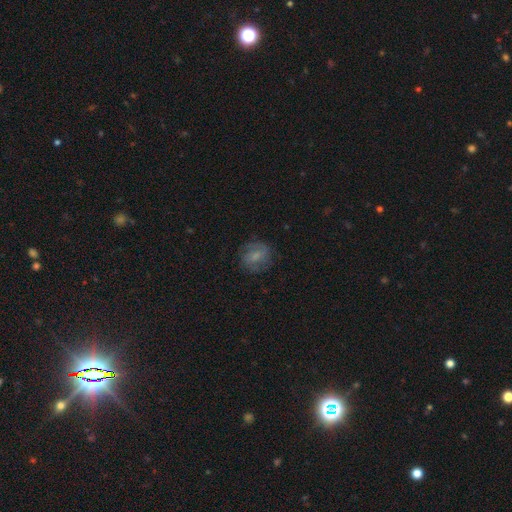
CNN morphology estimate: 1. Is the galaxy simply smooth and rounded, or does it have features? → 50% smooth, 40% featured or disk, 10% star or artifact.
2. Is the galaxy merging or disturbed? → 73% none, 17% minor disturbance, 9% major disturbance, 1% merger.